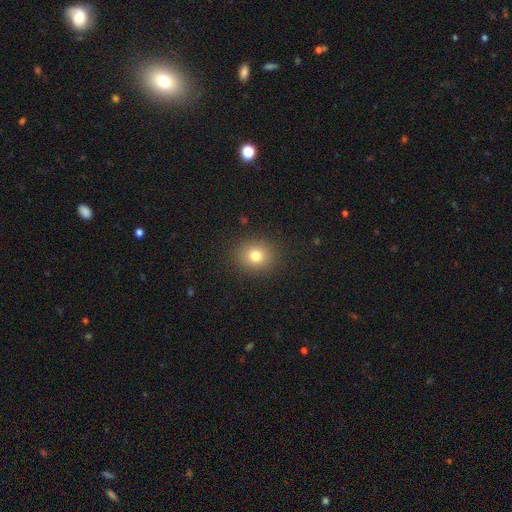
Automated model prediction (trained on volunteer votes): Overall: smooth (78%). How rounded: round (74%). Merging: none (89%).